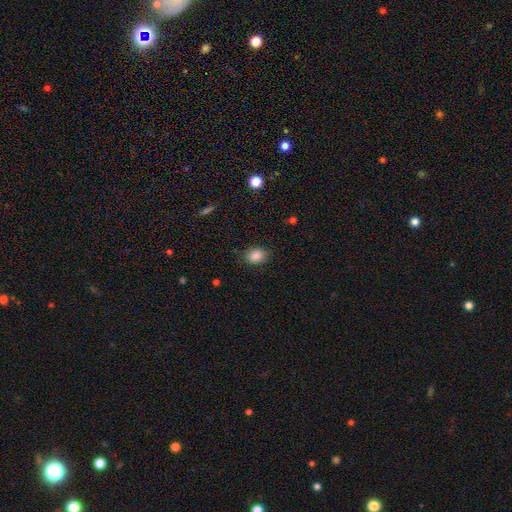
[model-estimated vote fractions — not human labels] A smooth galaxy with no disk features (86%) that is in between round and cigar-shaped (72%). Merging: none (85%).